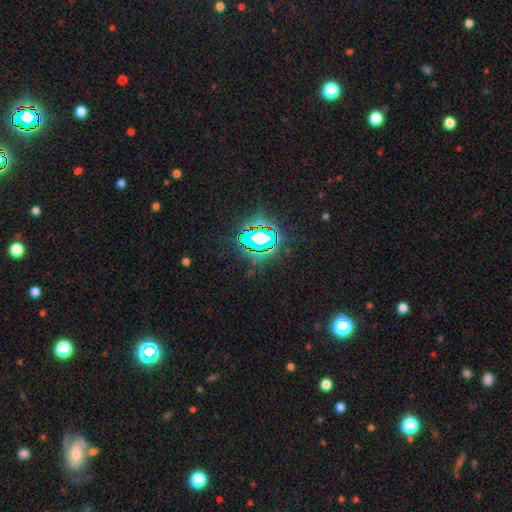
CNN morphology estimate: Smooth or featured: star or artifact — 82% (smooth — 11%)